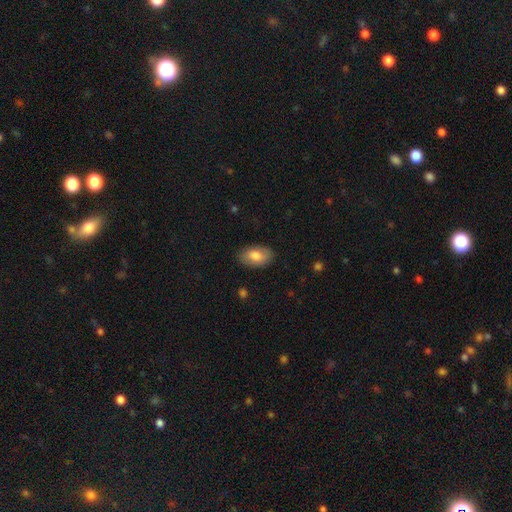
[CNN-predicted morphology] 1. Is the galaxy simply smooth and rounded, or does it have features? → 78% smooth, 15% featured or disk, 6% star or artifact.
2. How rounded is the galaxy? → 92% in between, 6% round, 1% cigar-shaped.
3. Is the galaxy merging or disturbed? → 84% none, 12% minor disturbance, 3% major disturbance, 1% merger.